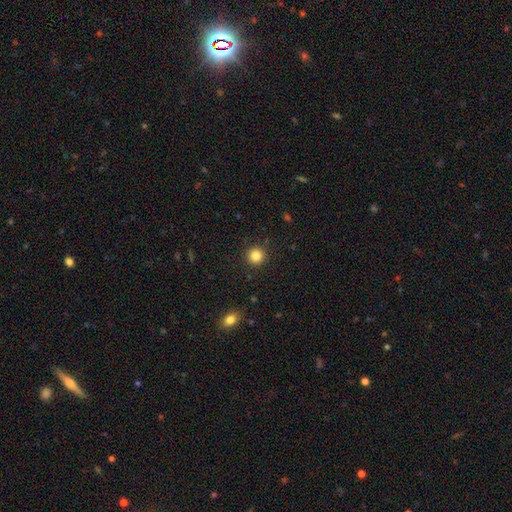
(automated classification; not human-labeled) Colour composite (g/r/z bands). It shows a smooth galaxy with no disk features (84%) that is round (94%). Merging: none (91%).